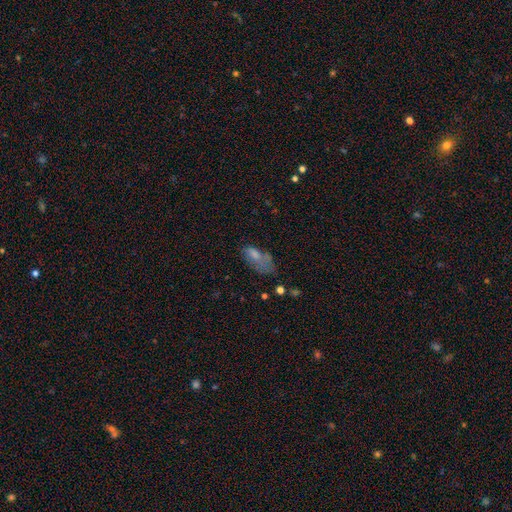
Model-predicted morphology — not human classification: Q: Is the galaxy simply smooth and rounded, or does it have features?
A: smooth — 67%.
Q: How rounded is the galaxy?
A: in between — 87%.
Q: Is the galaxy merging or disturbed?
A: major disturbance — 35%.